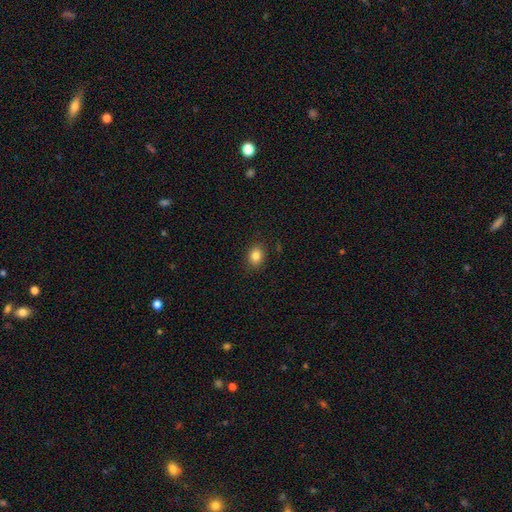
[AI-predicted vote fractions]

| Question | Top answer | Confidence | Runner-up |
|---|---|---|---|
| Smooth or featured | smooth | 84% | star or artifact (10%) |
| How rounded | in between | 59% | round (40%) |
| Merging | none | 87% | minor disturbance (9%) |